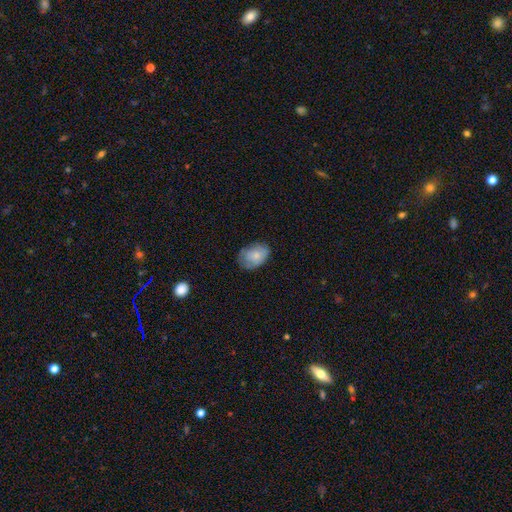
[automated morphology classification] The model was most divided on "merging": none: 64%, minor disturbance: 28%, major disturbance: 8%, merger: 1%. More confident: how rounded — in between (81%); smooth or featured — smooth (74%).